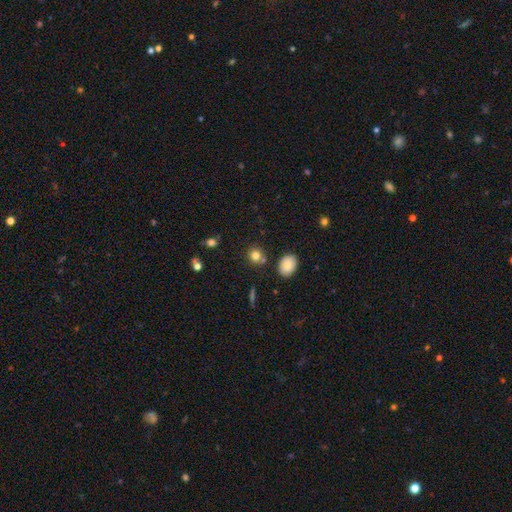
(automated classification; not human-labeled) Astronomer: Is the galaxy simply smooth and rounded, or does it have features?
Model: smooth — 80%.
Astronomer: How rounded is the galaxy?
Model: round — 83%.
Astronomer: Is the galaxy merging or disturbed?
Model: none — 78%.